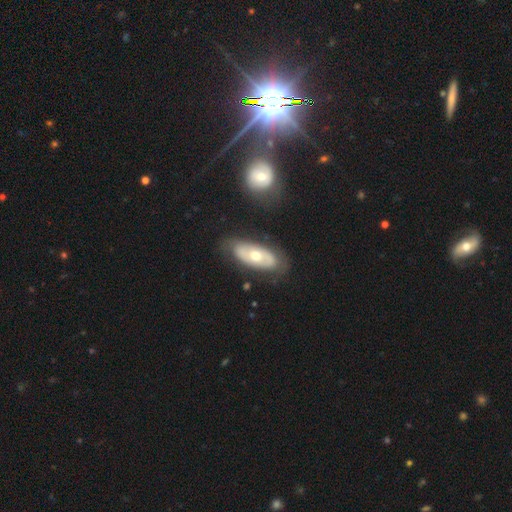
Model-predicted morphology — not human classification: smooth-or-featured: featured or disk: 55% | smooth: 40% | star or artifact: 5%
  disk-edge-on: no: 87% | yes: 13%
  merging: none: 77% | minor disturbance: 15% | major disturbance: 5% | merger: 3%